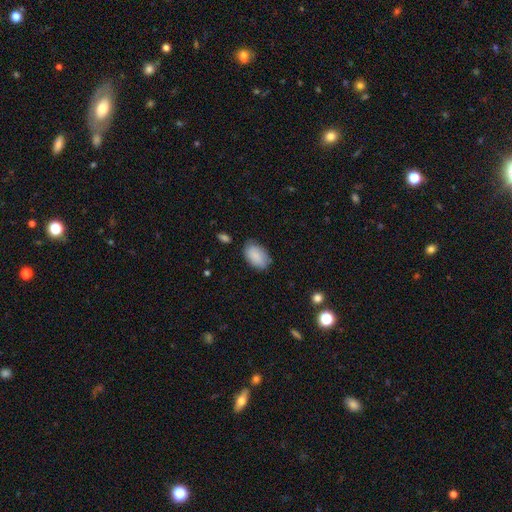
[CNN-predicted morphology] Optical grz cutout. It shows a smooth galaxy with no disk features (87%) that is in between round and cigar-shaped (91%). Merging: none (74%).